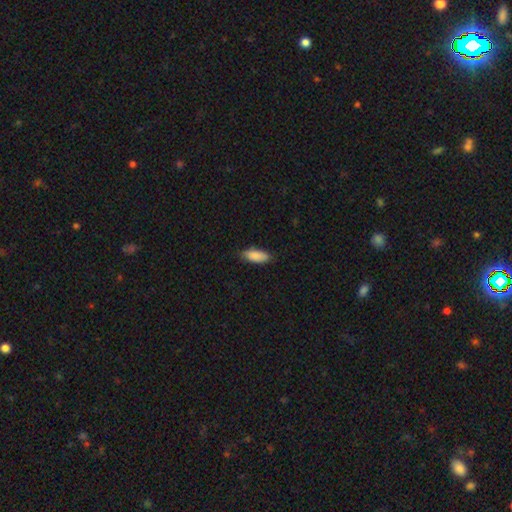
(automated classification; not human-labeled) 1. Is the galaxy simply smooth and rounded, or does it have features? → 89% smooth, 6% star or artifact, 5% featured or disk.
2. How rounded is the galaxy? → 81% in between, 17% cigar-shaped, 2% round.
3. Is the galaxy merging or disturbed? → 78% none, 18% minor disturbance, 3% major disturbance, 1% merger.